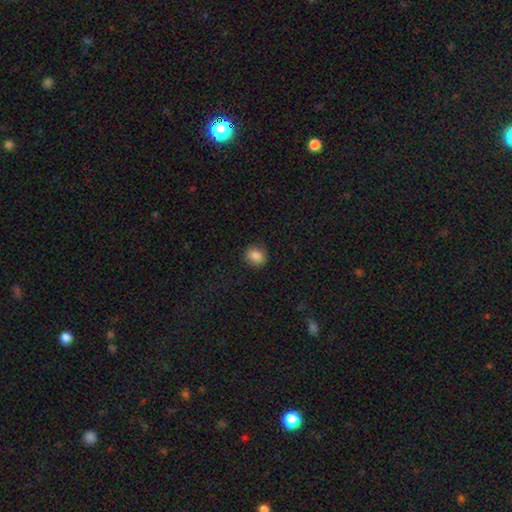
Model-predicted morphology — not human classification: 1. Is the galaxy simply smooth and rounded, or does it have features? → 85% smooth, 9% star or artifact, 5% featured or disk.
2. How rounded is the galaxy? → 69% round, 30% in between, 1% cigar-shaped.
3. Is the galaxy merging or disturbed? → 88% none, 9% minor disturbance, 2% major disturbance, 1% merger.